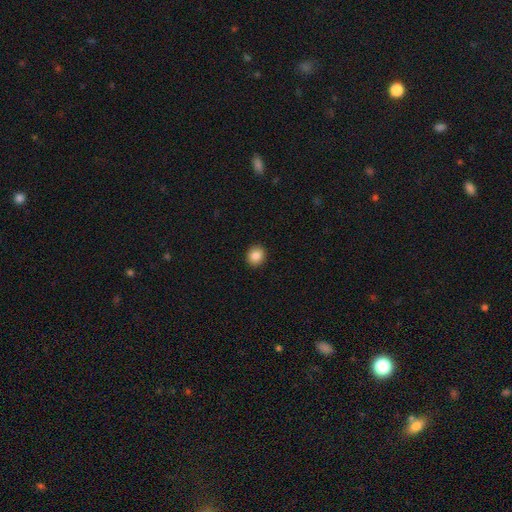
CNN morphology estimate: Smooth or featured?
  - smooth: 86% *
  - star or artifact: 9%
  - featured or disk: 5%
How rounded?
  - round: 77% *
  - in between: 22%
  - cigar-shaped: 1%
Merging?
  - none: 92% *
  - minor disturbance: 5%
  - major disturbance: 2%
  - merger: 1%